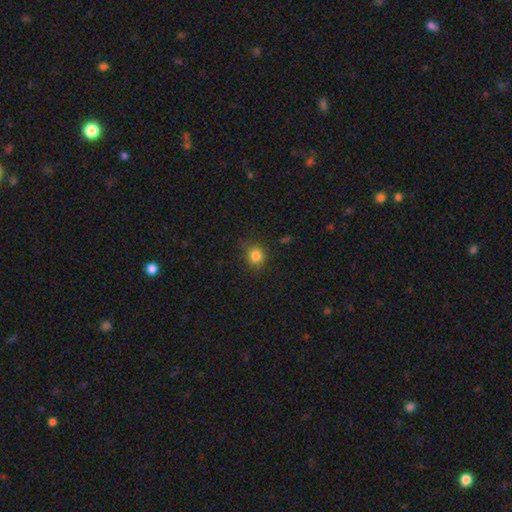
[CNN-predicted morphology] smooth 84%, star or artifact 12%, featured or disk 5%. Down the decision tree: how rounded — round (85%); merging — none (80%).